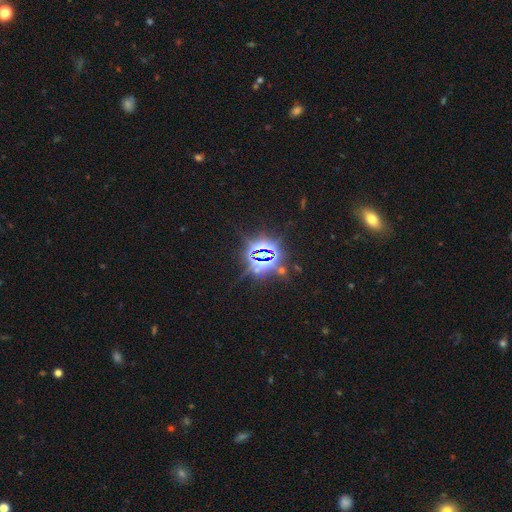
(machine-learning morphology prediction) Smooth or featured? Predicted: star or artifact (p=0.84).